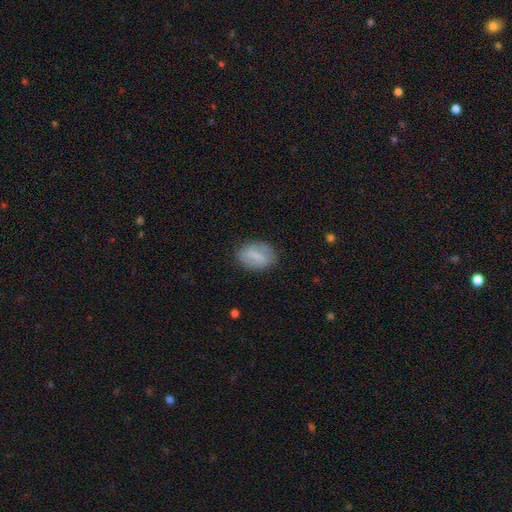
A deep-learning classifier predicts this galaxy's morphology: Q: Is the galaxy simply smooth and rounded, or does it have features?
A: smooth — 55%.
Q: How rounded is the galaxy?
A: in between — 81%.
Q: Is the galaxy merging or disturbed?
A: none — 81%.